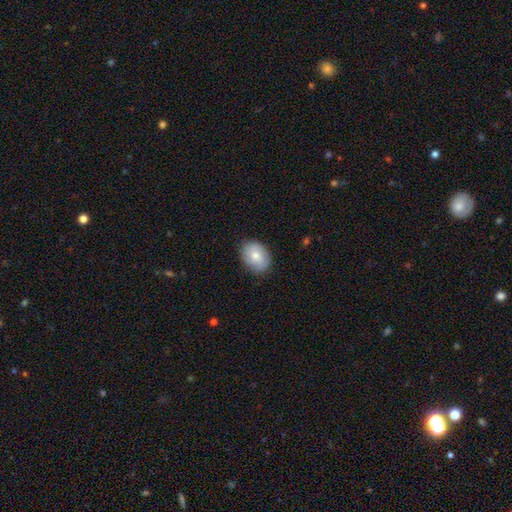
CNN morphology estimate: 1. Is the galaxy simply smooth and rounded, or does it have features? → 69% smooth, 24% featured or disk, 7% star or artifact.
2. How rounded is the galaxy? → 67% in between, 32% round, 1% cigar-shaped.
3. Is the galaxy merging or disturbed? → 83% none, 14% minor disturbance, 3% major disturbance, 1% merger.